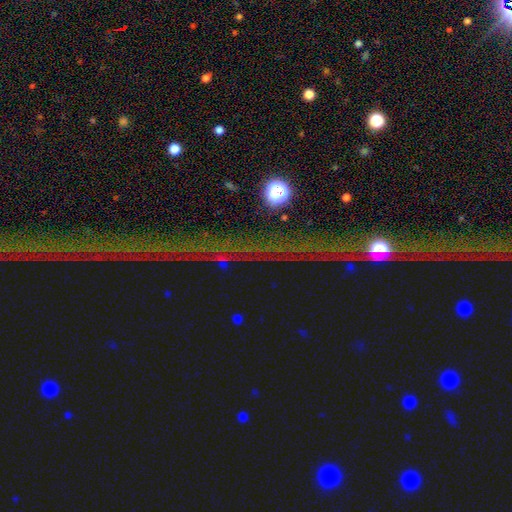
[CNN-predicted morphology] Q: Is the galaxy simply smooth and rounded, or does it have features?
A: star or artifact — 84%.